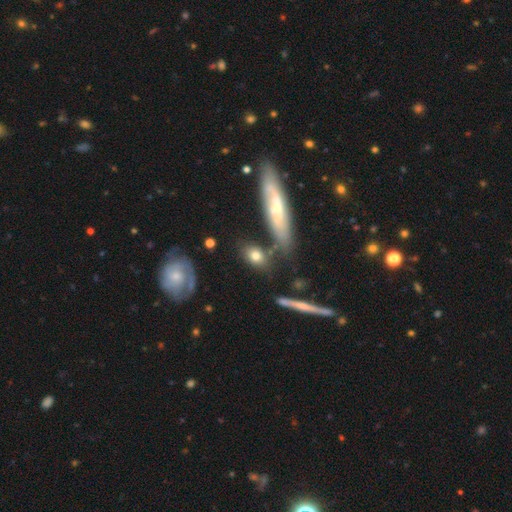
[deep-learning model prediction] Smooth or featured? smooth (76%)
How rounded? in between (62%)
Merging? none (68%)